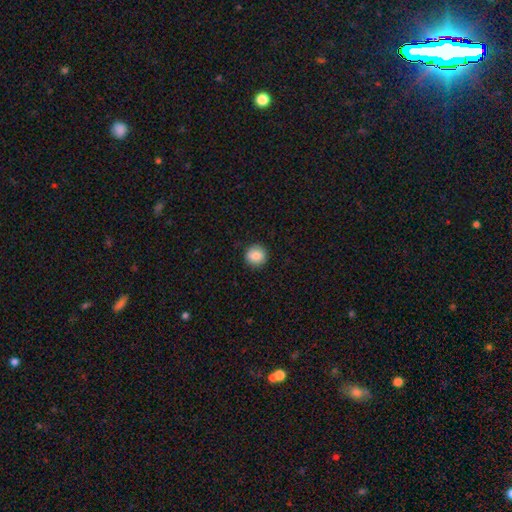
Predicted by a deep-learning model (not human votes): Smooth or featured: smooth — 86% (star or artifact — 8%)
How rounded: round — 93% (in between — 6%)
Merging: none — 91% (minor disturbance — 6%)